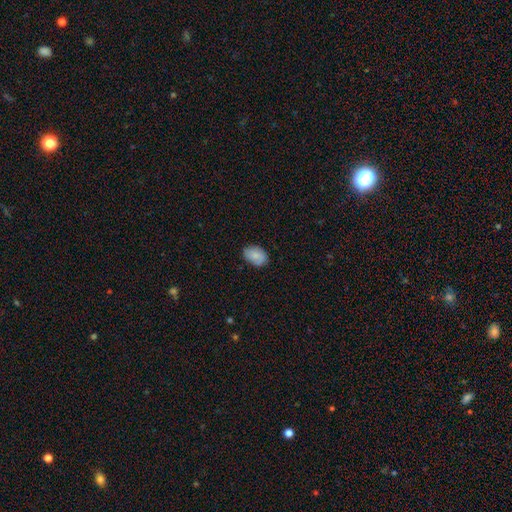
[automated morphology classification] This appears to be a smooth galaxy with no disk features (83%) that is in between round and cigar-shaped (82%). Merging: none (78%).